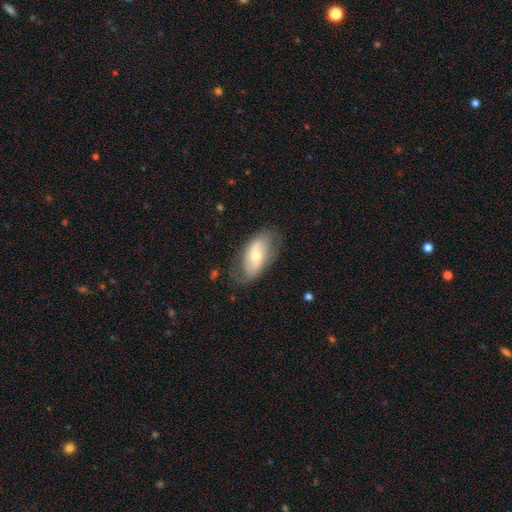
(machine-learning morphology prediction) type=featured or disk (48%); merging=none (70%).